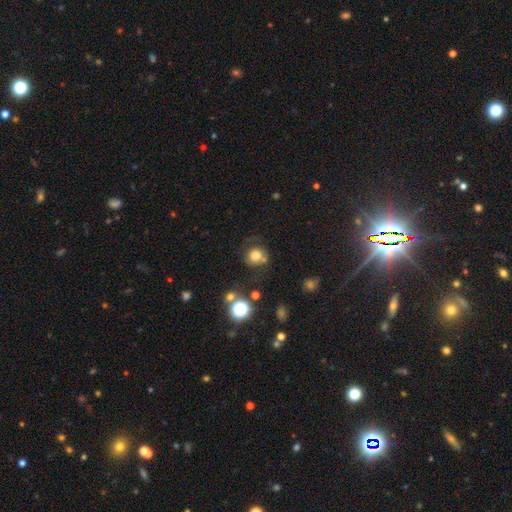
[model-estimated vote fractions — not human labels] Smooth or featured?
  - smooth: 75% *
  - star or artifact: 14%
  - featured or disk: 11%
How rounded?
  - round: 80% *
  - in between: 19%
  - cigar-shaped: 1%
Merging?
  - none: 57% *
  - minor disturbance: 20%
  - merger: 13%
  - major disturbance: 10%